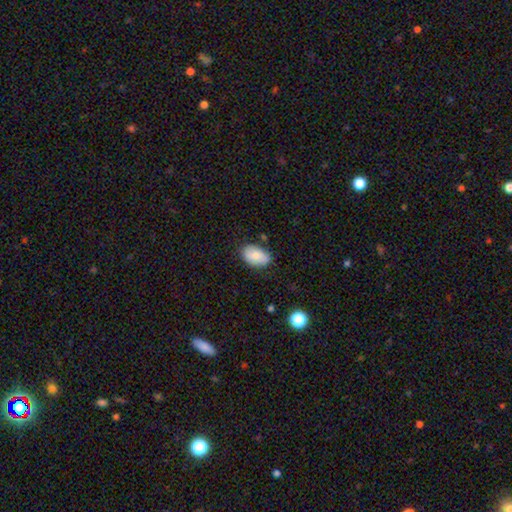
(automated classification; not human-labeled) smooth_or_featured: smooth (p=0.81) [alt: featured or disk p=0.12]
how_rounded: in between (p=0.91) [alt: round p=0.08]
merging: none (p=0.75) [alt: minor disturbance p=0.19]